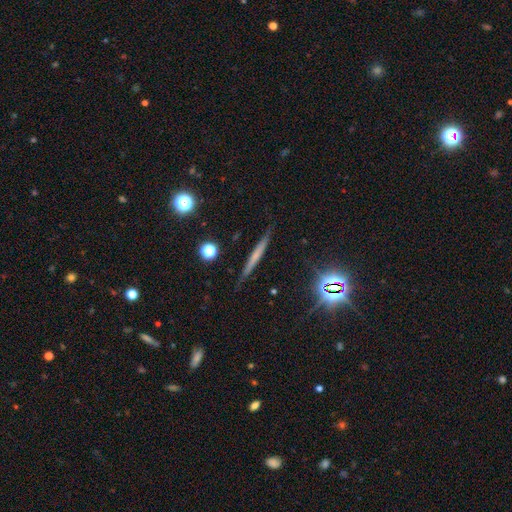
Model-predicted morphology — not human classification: A smooth galaxy with no disk features (44%). Merging: none (87%).